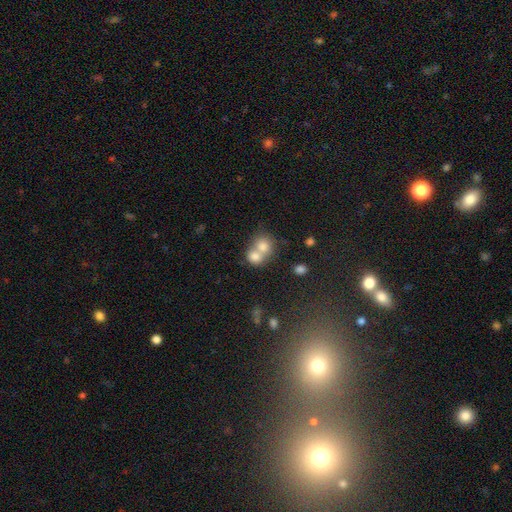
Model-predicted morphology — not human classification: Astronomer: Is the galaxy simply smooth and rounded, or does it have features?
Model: smooth — 75%.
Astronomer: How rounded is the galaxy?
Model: round — 69%.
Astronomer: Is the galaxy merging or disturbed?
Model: merger — 67%.